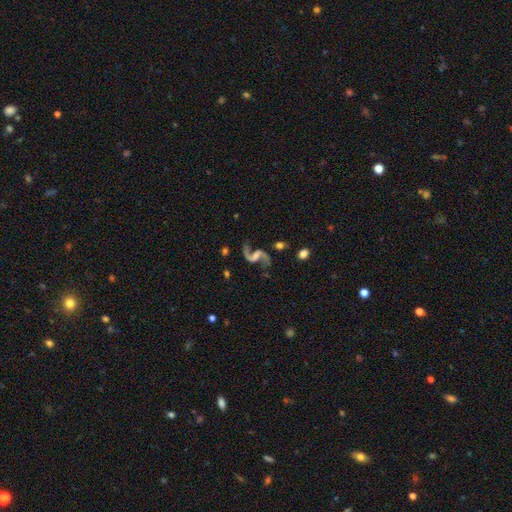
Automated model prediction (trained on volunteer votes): Smooth or featured? featured or disk (90%)
Edge-on disk? no (98%)
Bar? weak (47%)
Spiral arms? yes (97%)
Spiral winding? loose (79%)
Spiral arm count? 2 (94%)
Bulge size? none (49%)
Merging? none (73%)